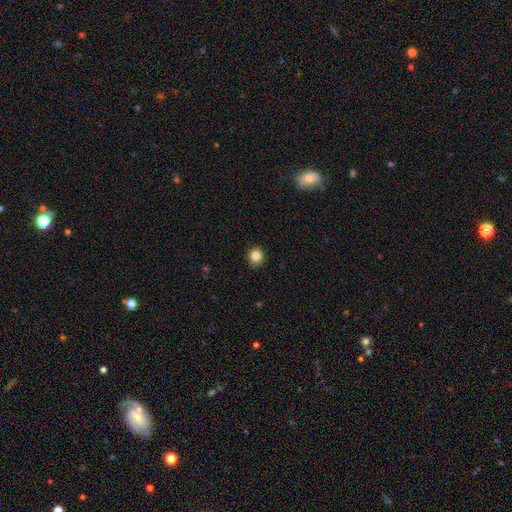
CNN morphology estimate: smooth_or_featured: smooth (p=0.84) [alt: star or artifact p=0.11]
how_rounded: round (p=0.86) [alt: in between p=0.13]
merging: none (p=0.87) [alt: minor disturbance p=0.10]